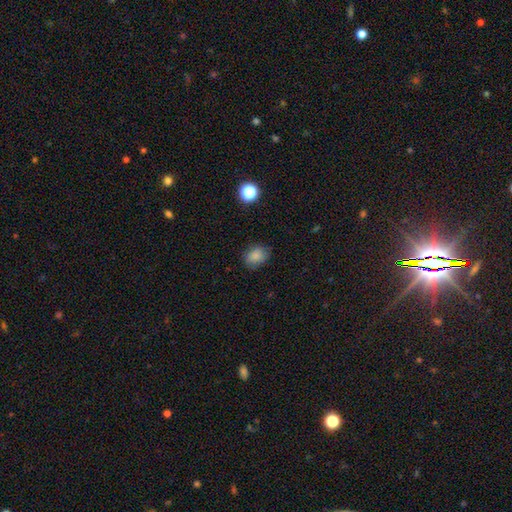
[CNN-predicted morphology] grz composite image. It shows a smooth galaxy with no disk features (85%) that is in between round and cigar-shaped (56%). Merging: none (81%).